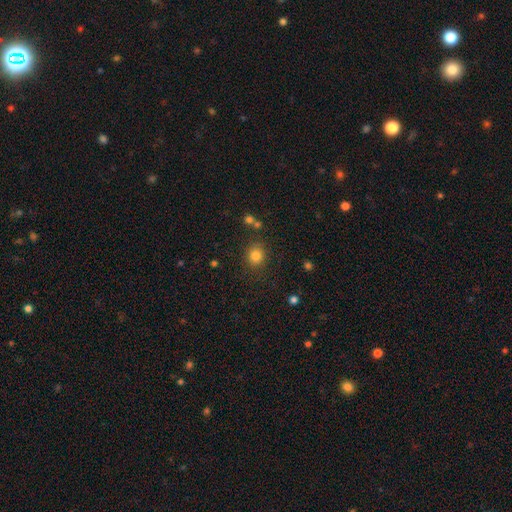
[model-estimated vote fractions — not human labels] Overall: smooth (82%). How rounded: round (76%). Merging: none (82%).